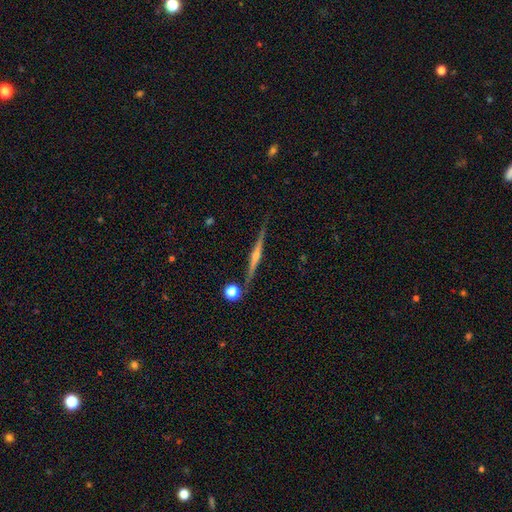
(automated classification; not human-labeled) A featured or disk galaxy (82%) viewed edge-on (98%) with a rounded central bulge (80%).

Vote fractions:
- Smooth or featured? featured or disk: 82% / smooth: 11% / star or artifact: 7%
- Edge-on disk? yes: 98% / no: 2%
- Edge-on bulge? rounded: 80% / none: 12% / boxy: 8%
- Merging? none: 89% / minor disturbance: 7% / merger: 3% / major disturbance: 2%